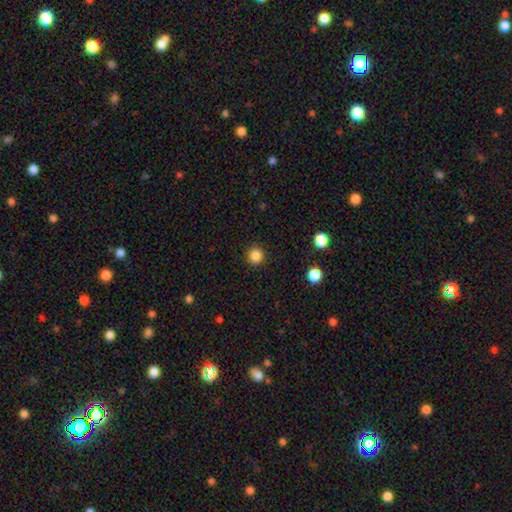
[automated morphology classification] Overall: smooth (85%). How rounded: round (93%). Merging: none (92%).